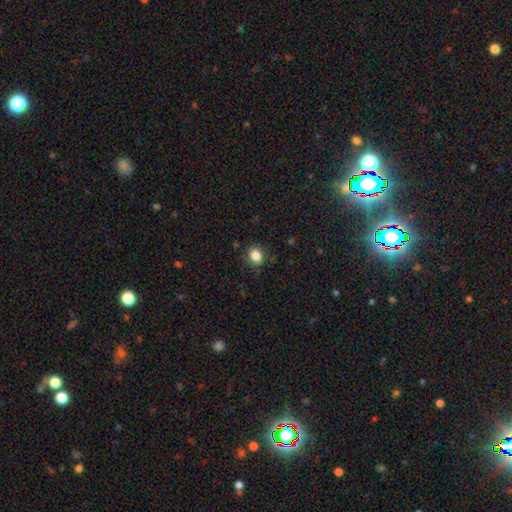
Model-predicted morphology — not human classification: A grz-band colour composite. It shows a smooth galaxy with no disk features (85%) that is round (61%). Merging: none (84%).